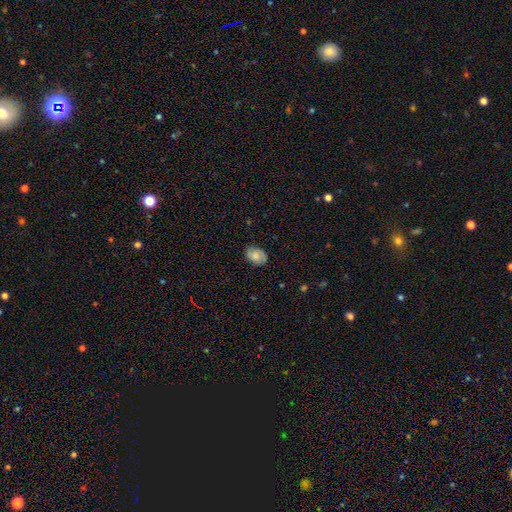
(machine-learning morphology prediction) A smooth galaxy with no disk features (69%) that is in between round and cigar-shaped (74%).

Vote fractions:
- Smooth or featured? smooth: 69% / featured or disk: 23% / star or artifact: 8%
- How rounded? in between: 74% / round: 25% / cigar-shaped: 1%
- Merging? none: 79% / minor disturbance: 17% / major disturbance: 3% / merger: 1%